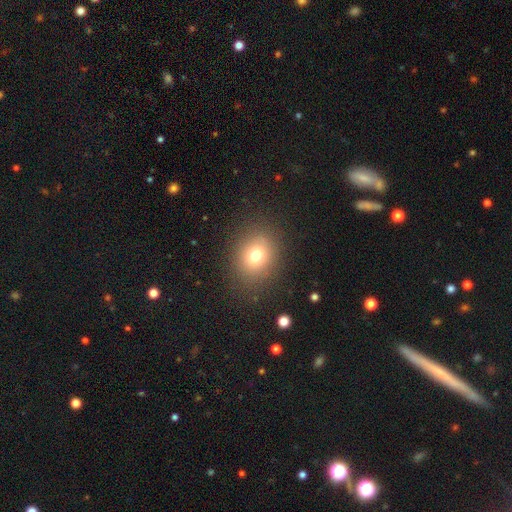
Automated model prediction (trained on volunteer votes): smooth 74%, star or artifact 15%, featured or disk 11%. Down the decision tree: how rounded — round (61%); merging — none (85%).